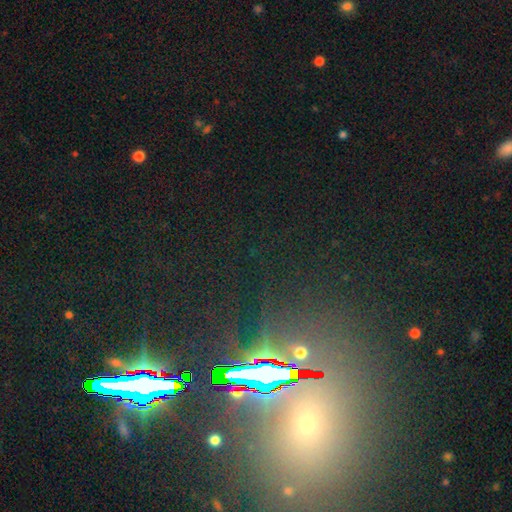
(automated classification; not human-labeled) This appears to be a star or artifact, not a galaxy (79%).